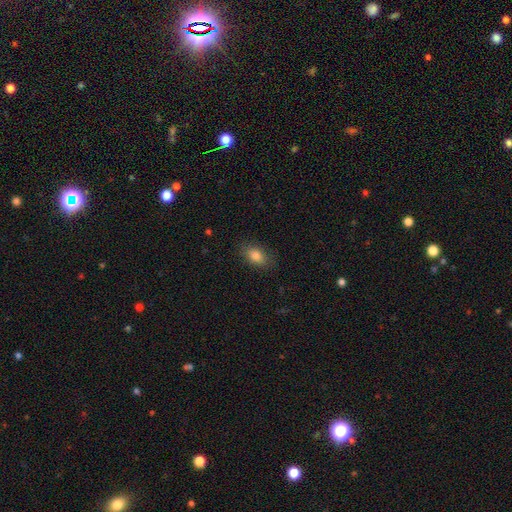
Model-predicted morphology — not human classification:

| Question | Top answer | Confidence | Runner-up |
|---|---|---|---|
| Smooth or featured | smooth | 84% | star or artifact (9%) |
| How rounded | in between | 86% | round (11%) |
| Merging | none | 83% | minor disturbance (12%) |